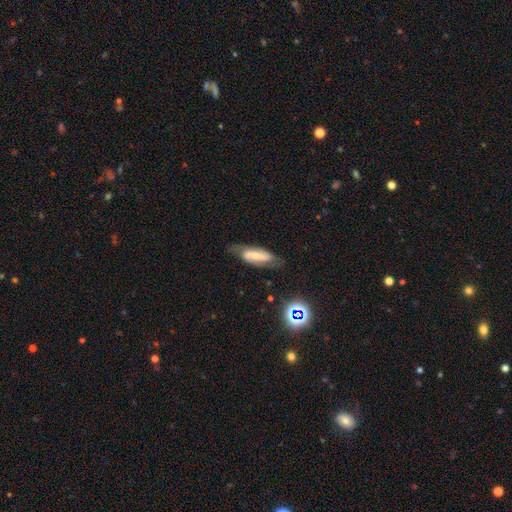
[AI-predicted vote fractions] This is likely a featured or disk galaxy (66%). It is clearly not viewed edge-on (85%). Bar: possibly strong (49%). Spiral arm pattern: clearly yes (82%). Central bulge: possibly small (52%). Merging: likely none (71%).